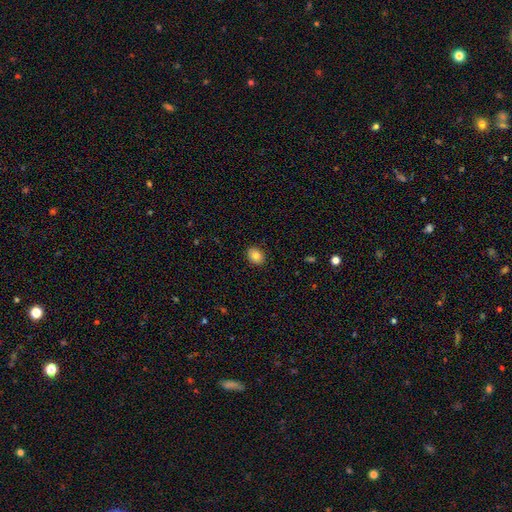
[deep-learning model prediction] Morphology: type=smooth (83%); roundness=in between (54%); merging=none (90%).